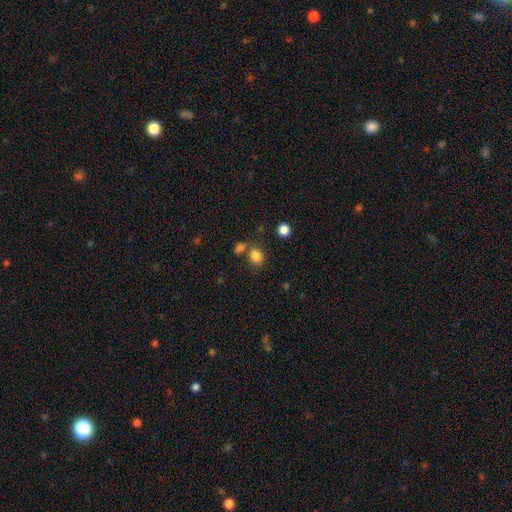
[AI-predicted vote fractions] Morphology: type=smooth (83%); roundness=round (55%); merging=none (64%).